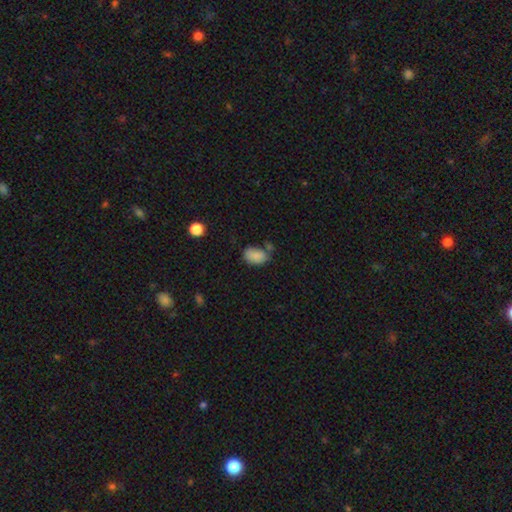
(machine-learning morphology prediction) A smooth galaxy with no disk features (84%) that is in between round and cigar-shaped (86%).

Vote fractions:
- Smooth or featured? smooth: 84% / star or artifact: 9% / featured or disk: 7%
- How rounded? in between: 86% / round: 13% / cigar-shaped: 1%
- Merging? none: 56% / minor disturbance: 25% / merger: 12% / major disturbance: 8%